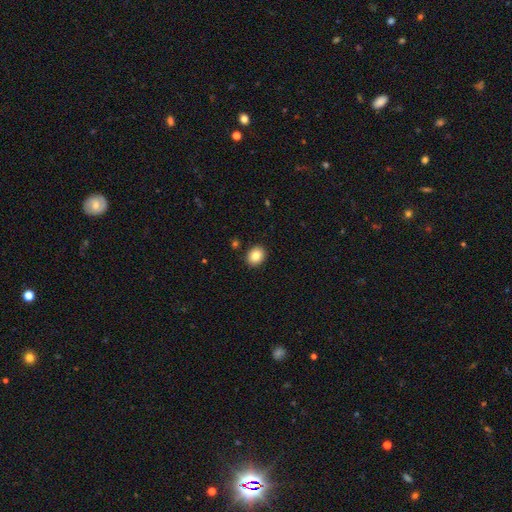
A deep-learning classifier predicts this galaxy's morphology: This is clearly a smooth galaxy (85%). How rounded: likely round (60%). Merging: clearly none (90%).